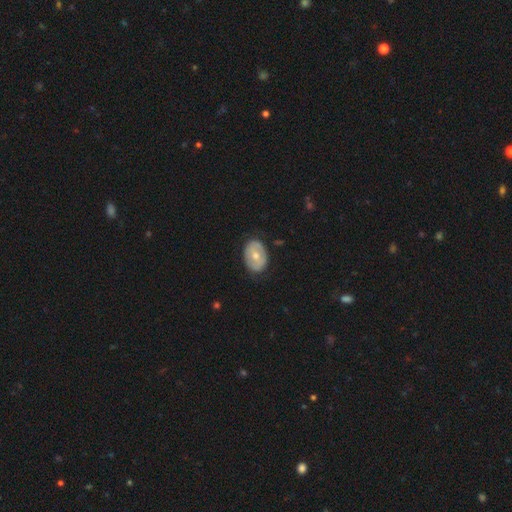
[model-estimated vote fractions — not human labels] Overall: smooth (55%; featured or disk 40%). How rounded: in between (75%). Merging: none (81%).